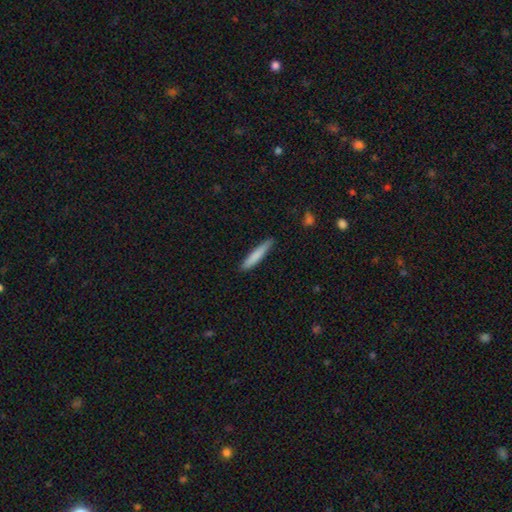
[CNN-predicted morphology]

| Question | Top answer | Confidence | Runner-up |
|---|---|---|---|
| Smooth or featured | smooth | 79% | featured or disk (15%) |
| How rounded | cigar-shaped | 93% | in between (6%) |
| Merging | none | 85% | minor disturbance (12%) |